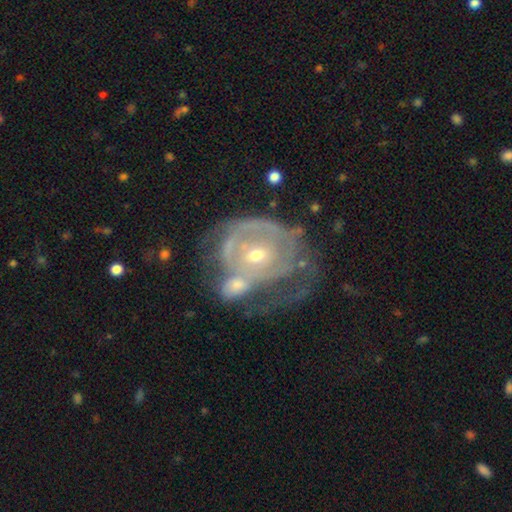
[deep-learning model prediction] Smooth or featured? Predicted: featured or disk (p=0.77). Edge-on disk? Predicted: no (p=0.96). Bar? Predicted: no (p=0.69). Spiral arms? Predicted: yes (p=0.72). Spiral winding? Predicted: tight (p=0.63). Spiral arm count? Predicted: can't tell (p=0.49). Bulge size? Predicted: small (p=0.50). Merging? Predicted: merger (p=0.40).